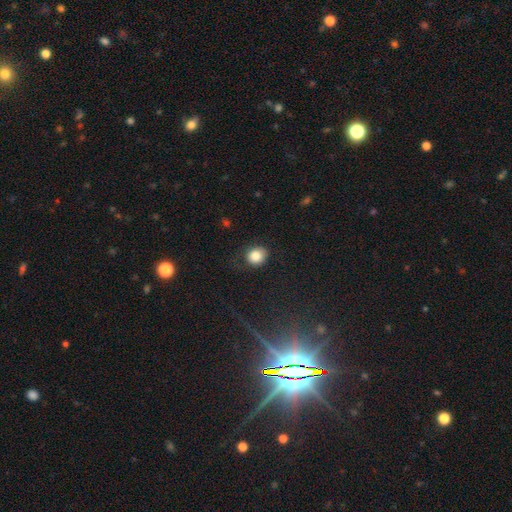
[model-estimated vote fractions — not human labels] Q: Smooth or featured?
A: smooth (84%); runner-up: star or artifact (10%)
Q: How rounded?
A: round (70%); runner-up: in between (29%)
Q: Merging?
A: none (72%); runner-up: minor disturbance (19%)